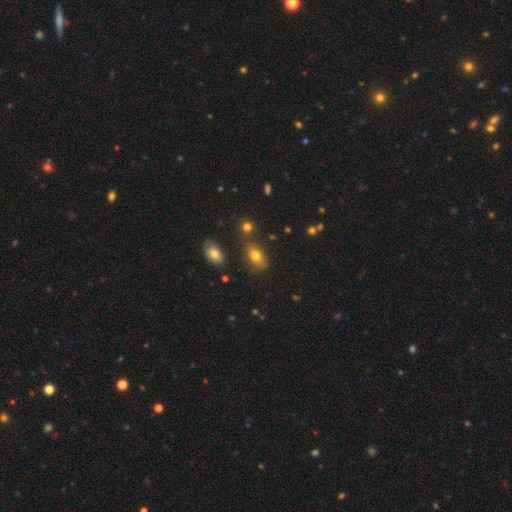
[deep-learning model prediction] A smooth galaxy with no disk features (74%) that is in between round and cigar-shaped (82%). Merging: none (69%).